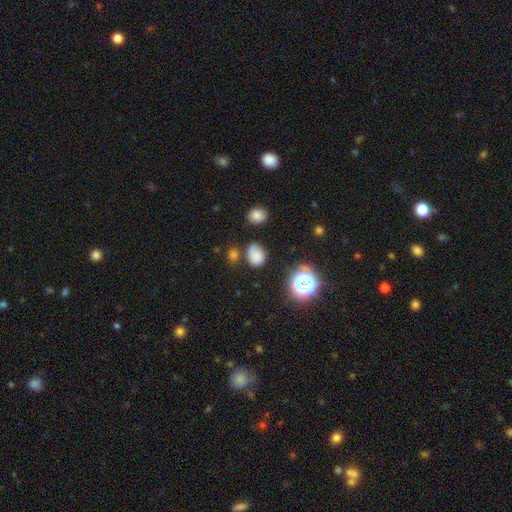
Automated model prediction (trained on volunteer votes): smooth 76%, star or artifact 17%, featured or disk 7%. Down the decision tree: how rounded — in between (54%); merging — none (66%).